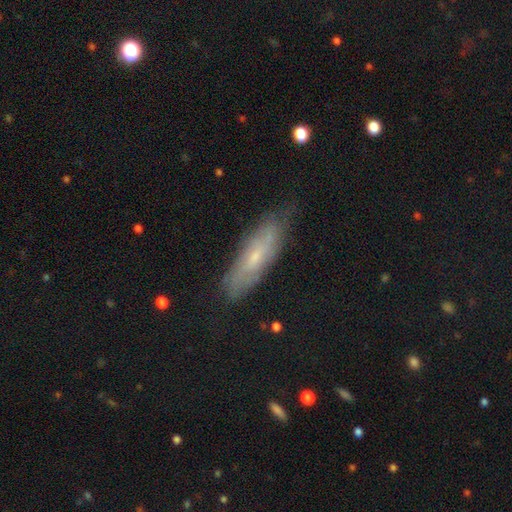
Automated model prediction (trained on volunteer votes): Smooth or featured? Predicted: featured or disk (p=0.48). Merging? Predicted: none (p=0.76).